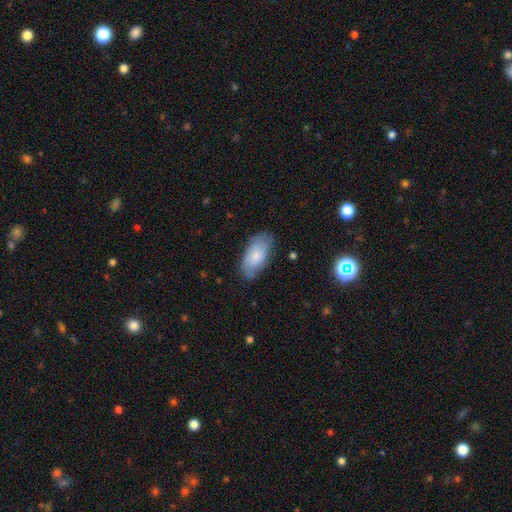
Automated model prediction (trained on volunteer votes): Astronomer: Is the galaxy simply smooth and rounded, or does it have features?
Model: smooth — 70%.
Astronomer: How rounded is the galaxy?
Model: in between — 93%.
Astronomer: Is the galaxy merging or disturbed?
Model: none — 71%.